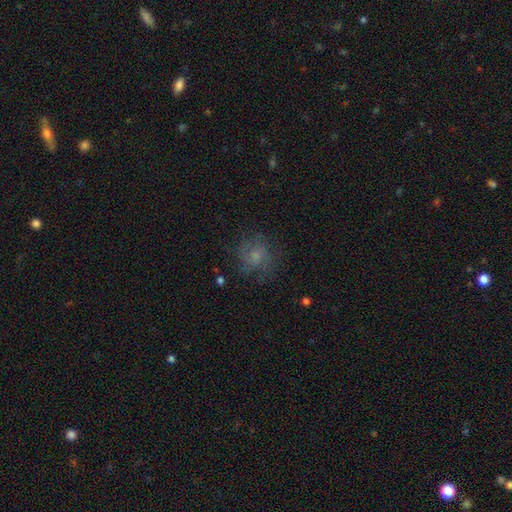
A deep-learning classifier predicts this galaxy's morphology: This appears to be a smooth galaxy with no disk features (46%). Merging: none (68%).